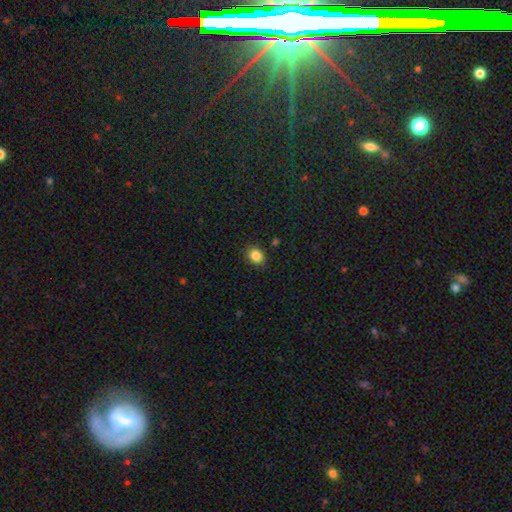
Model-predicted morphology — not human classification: The model was most divided on "how rounded": in between: 52%, round: 47%, cigar-shaped: 1%. More confident: merging — none (87%); smooth or featured — smooth (85%).